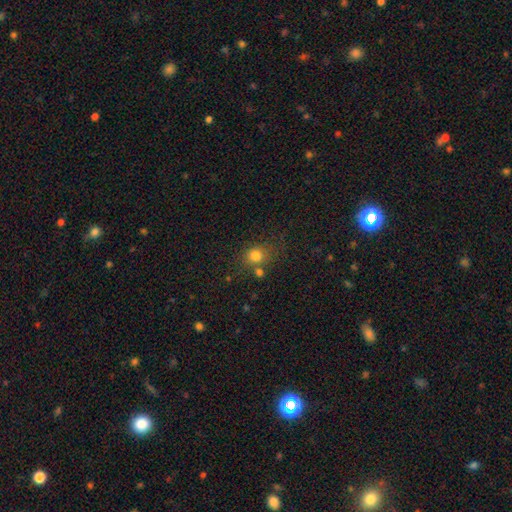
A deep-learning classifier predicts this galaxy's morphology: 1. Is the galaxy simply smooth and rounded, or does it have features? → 79% smooth, 13% star or artifact, 8% featured or disk.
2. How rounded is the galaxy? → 65% round, 33% in between, 1% cigar-shaped.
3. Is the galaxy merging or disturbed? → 60% none, 18% merger, 15% minor disturbance, 6% major disturbance.